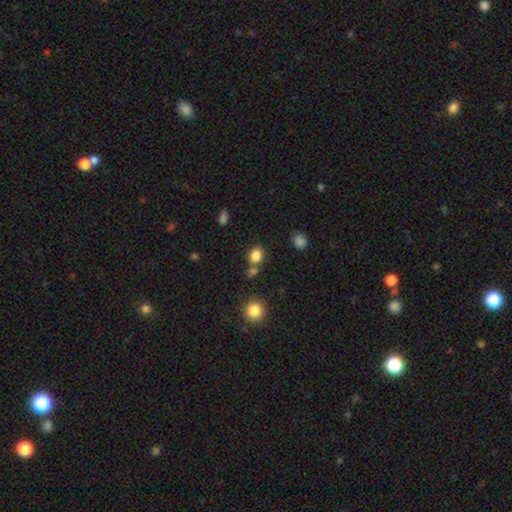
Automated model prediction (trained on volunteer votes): smooth 83%, star or artifact 12%, featured or disk 5%. Down the decision tree: how rounded — round (51%); merging — none (64%).